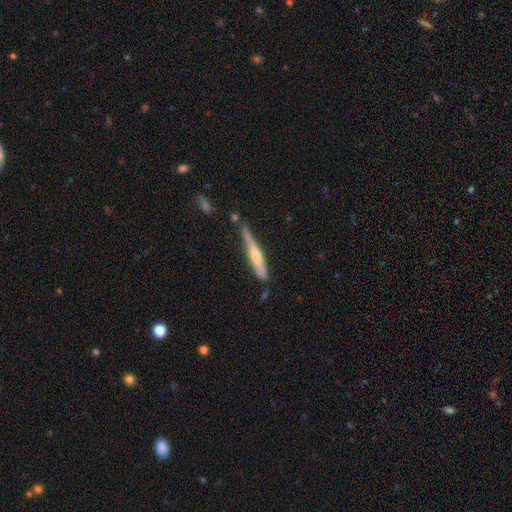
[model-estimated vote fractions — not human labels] Smooth or featured? Predicted: featured or disk (p=0.52). Edge-on disk? Predicted: yes (p=0.93). Merging? Predicted: none (p=0.62).